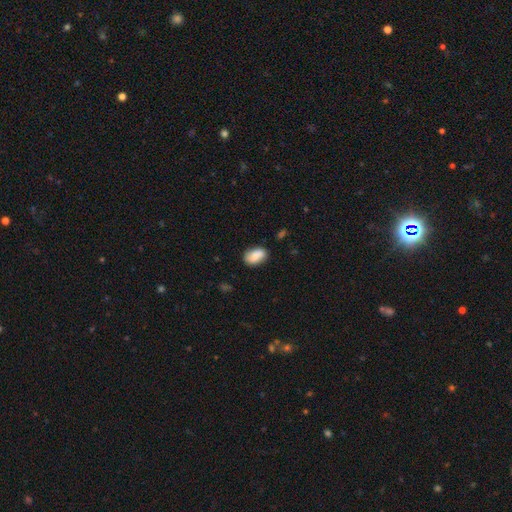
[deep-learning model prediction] Morphology: type=smooth (79%); roundness=in between (87%); merging=none (78%).